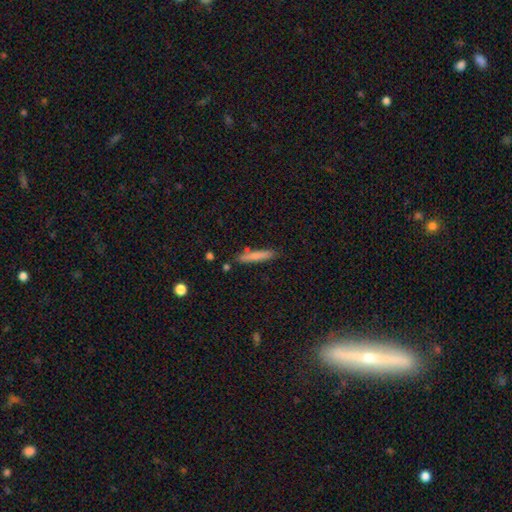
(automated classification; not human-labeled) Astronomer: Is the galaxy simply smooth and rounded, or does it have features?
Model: smooth — 76%.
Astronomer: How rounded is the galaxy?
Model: cigar-shaped — 93%.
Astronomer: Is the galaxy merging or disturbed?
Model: none — 82%.